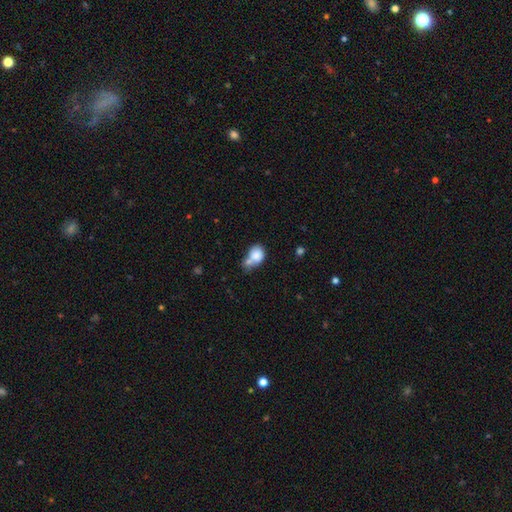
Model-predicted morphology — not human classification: Overall: smooth (80%). How rounded: in between (54%; round 44%). Merging: merger (53%; none 26%).